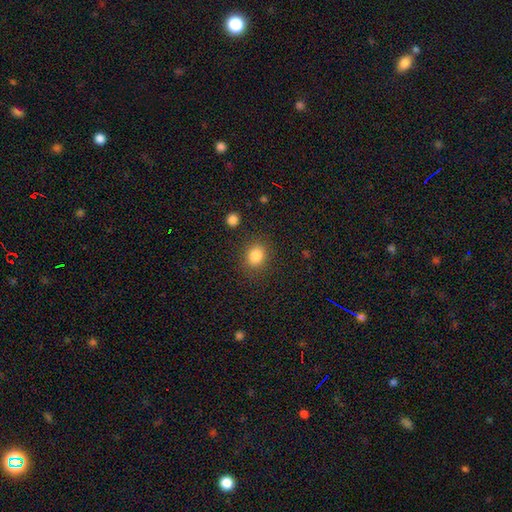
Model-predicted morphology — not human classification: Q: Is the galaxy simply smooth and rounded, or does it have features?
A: smooth — 84%.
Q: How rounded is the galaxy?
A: round — 60%.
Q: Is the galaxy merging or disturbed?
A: none — 84%.